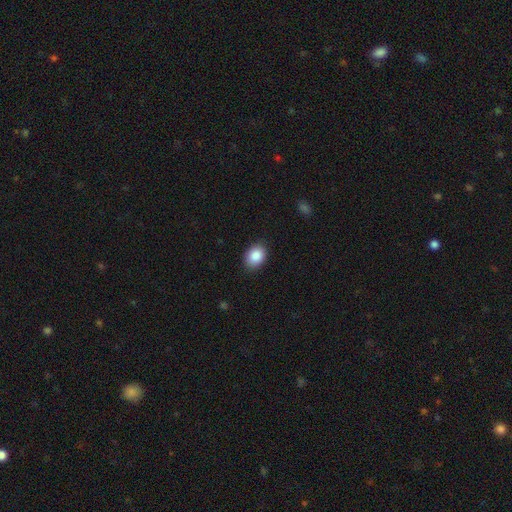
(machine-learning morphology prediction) Smooth or featured: smooth — 88% (star or artifact — 8%)
How rounded: in between — 68% (round — 31%)
Merging: none — 86% (minor disturbance — 10%)